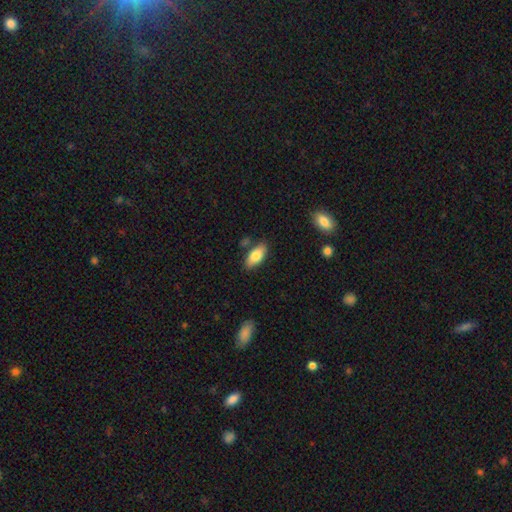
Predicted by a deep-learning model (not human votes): Q: Smooth or featured?
A: smooth (80%); runner-up: featured or disk (13%)
Q: How rounded?
A: in between (87%); runner-up: cigar-shaped (11%)
Q: Merging?
A: none (80%); runner-up: minor disturbance (13%)